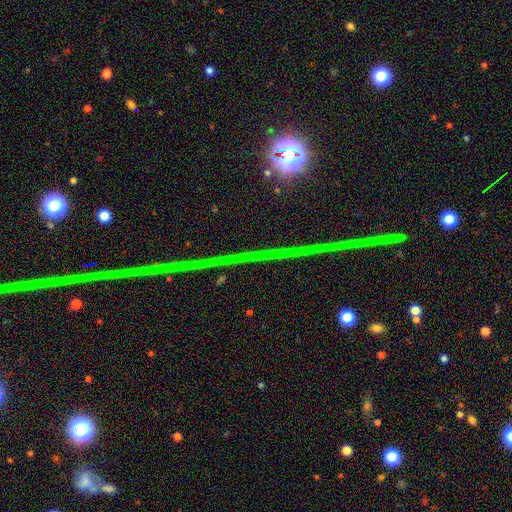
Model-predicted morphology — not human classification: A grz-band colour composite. It shows a star or artifact, not a galaxy (86%).